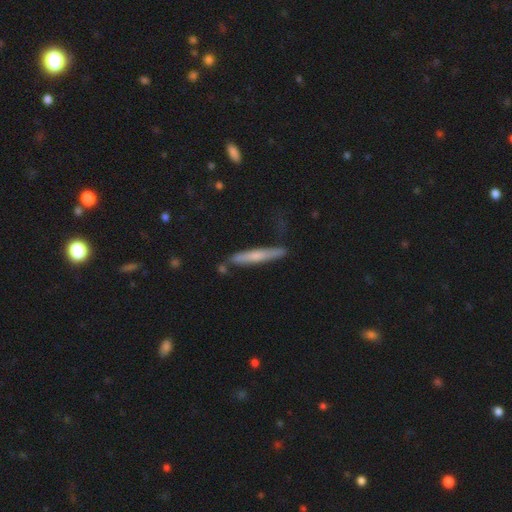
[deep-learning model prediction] Morphology: type=smooth (52%); roundness=cigar-shaped (95%); merging=none (78%).